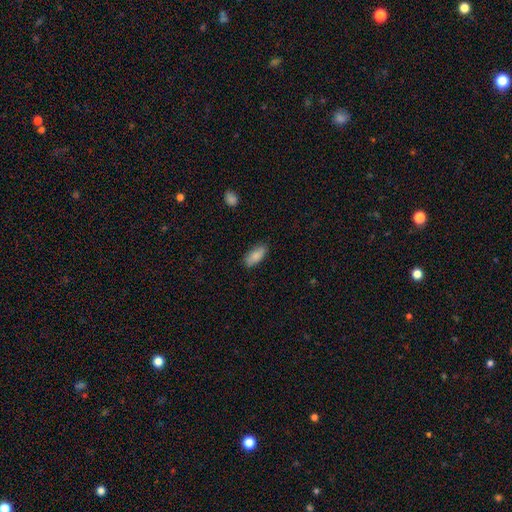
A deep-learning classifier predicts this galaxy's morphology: smooth-or-featured: smooth: 86% | featured or disk: 8% | star or artifact: 6%
  how-rounded: in between: 83% | cigar-shaped: 15% | round: 2%
  merging: none: 83% | minor disturbance: 13% | major disturbance: 3% | merger: 1%